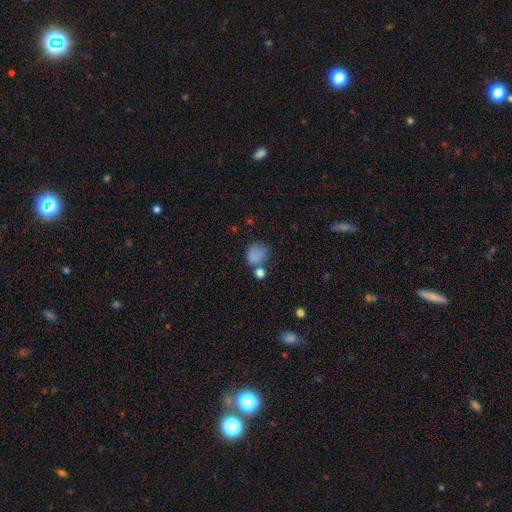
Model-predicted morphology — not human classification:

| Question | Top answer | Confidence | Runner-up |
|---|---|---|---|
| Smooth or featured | smooth | 79% | star or artifact (13%) |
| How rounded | round | 70% | in between (29%) |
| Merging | none | 51% | minor disturbance (20%) |